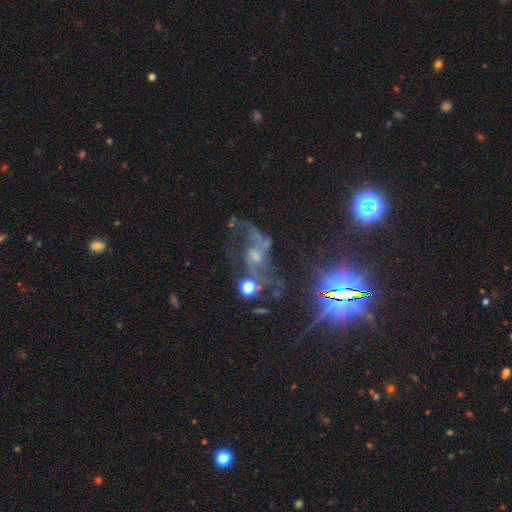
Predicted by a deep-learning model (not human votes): featured or disk 56%, star or artifact 33%, smooth 11%. Down the decision tree: edge-on disk — no (93%); bar — no (67%); spiral arms — yes (71%); bulge size — small (47%); merging — none (35%).